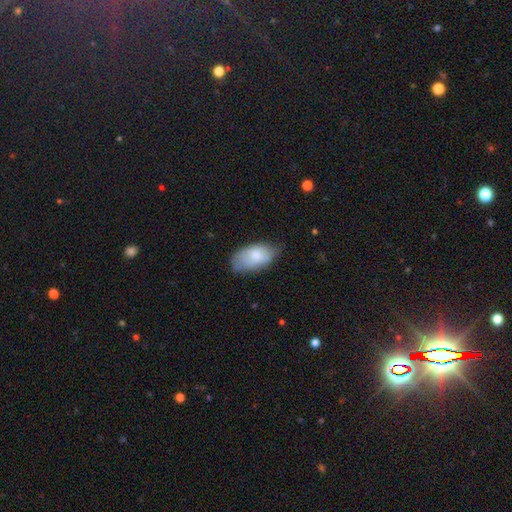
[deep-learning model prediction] This is likely a smooth galaxy (75%). How rounded: clearly in between (94%). Merging: possibly none (59%).